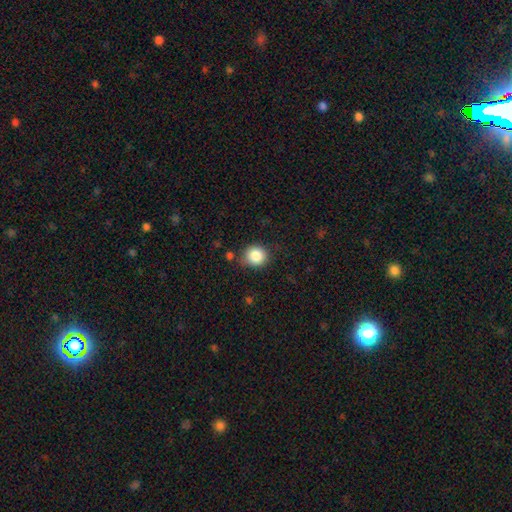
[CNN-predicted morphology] Smooth or featured: smooth — 86% (star or artifact — 9%)
How rounded: round — 86% (in between — 13%)
Merging: none — 78% (minor disturbance — 15%)